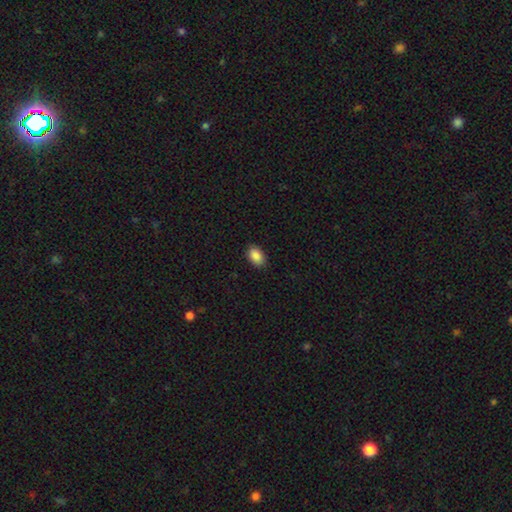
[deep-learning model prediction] smooth-or-featured: smooth: 89% | star or artifact: 7% | featured or disk: 4%
  how-rounded: in between: 89% | round: 10% | cigar-shaped: 1%
  merging: none: 88% | minor disturbance: 9% | major disturbance: 2% | merger: 1%